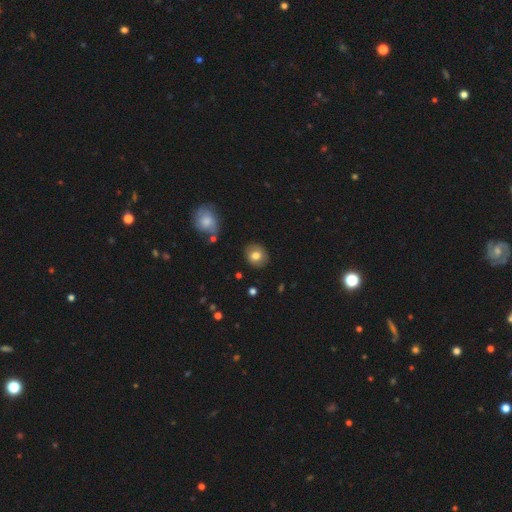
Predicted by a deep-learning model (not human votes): This appears to be a smooth galaxy with no disk features (78%) that is round (73%). Merging: none (86%).